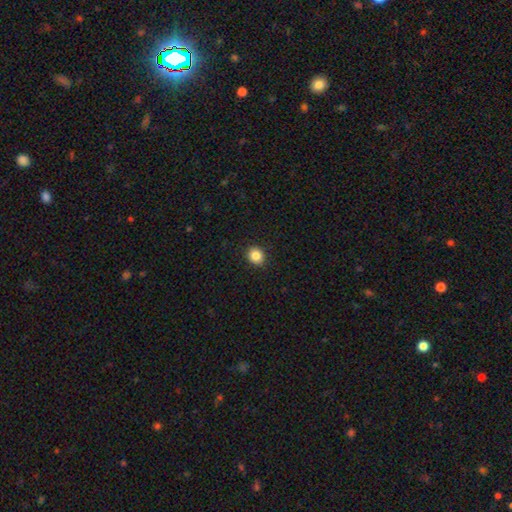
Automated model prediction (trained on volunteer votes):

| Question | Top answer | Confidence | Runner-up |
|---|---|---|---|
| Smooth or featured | smooth | 85% | star or artifact (10%) |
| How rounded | round | 77% | in between (22%) |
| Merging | none | 92% | minor disturbance (6%) |